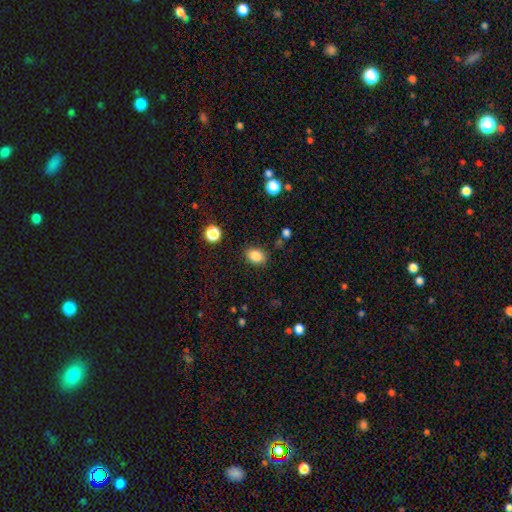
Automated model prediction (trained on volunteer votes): A smooth galaxy with no disk features (85%) that is in between round and cigar-shaped (68%).

Vote fractions:
- Smooth or featured? smooth: 85% / star or artifact: 10% / featured or disk: 4%
- How rounded? in between: 68% / round: 31% / cigar-shaped: 1%
- Merging? none: 83% / minor disturbance: 11% / major disturbance: 4% / merger: 2%